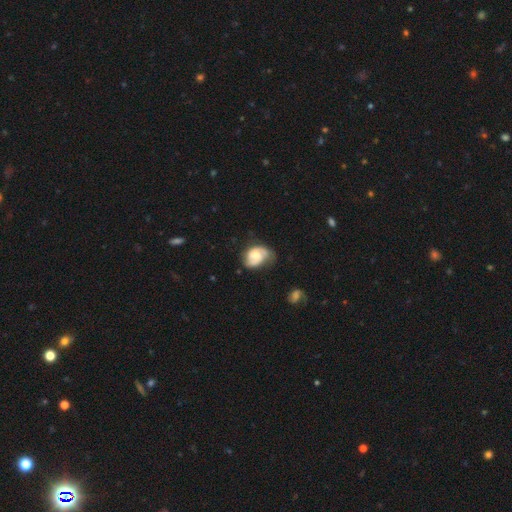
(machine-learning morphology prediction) A featured or disk galaxy (53%) with no bar (59%), spiral arms (81%) and a moderate central bulge (42%). Merging: none (44%).